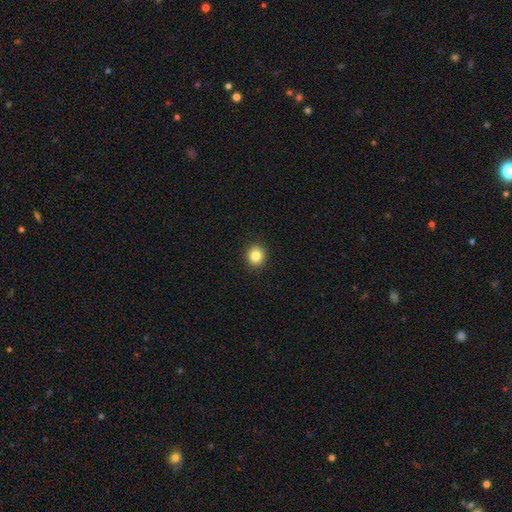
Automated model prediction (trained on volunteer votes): Smooth or featured? Predicted: smooth (p=0.85). How rounded? Predicted: round (p=0.83). Merging? Predicted: none (p=0.92).